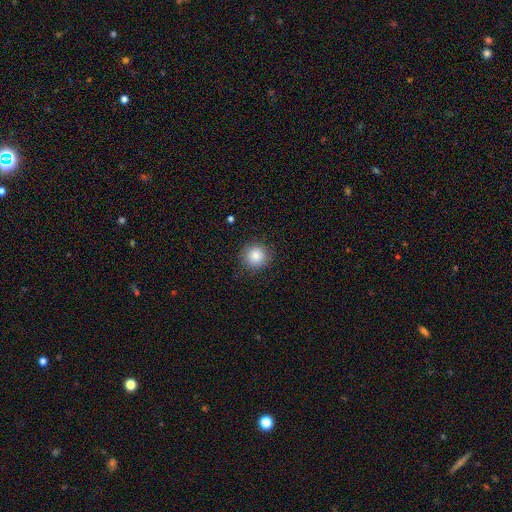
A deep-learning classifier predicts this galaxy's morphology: Q: Smooth or featured?
A: smooth (83%); runner-up: star or artifact (10%)
Q: How rounded?
A: round (93%); runner-up: in between (6%)
Q: Merging?
A: none (86%); runner-up: minor disturbance (10%)